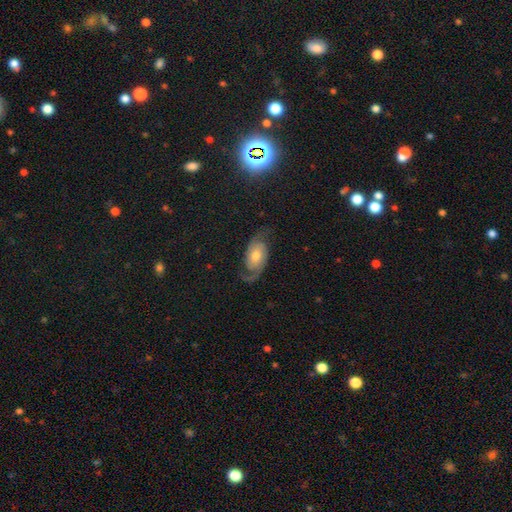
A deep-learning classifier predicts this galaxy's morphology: Overall: featured or disk (79%). Edge-on disk: no (96%). Bar: no (71%). Spiral arms: yes (95%). Spiral arm count: 2 (90%). Spiral winding: medium (43%; loose 36%). Bulge size: moderate (62%; small 26%). Merging: none (73%).